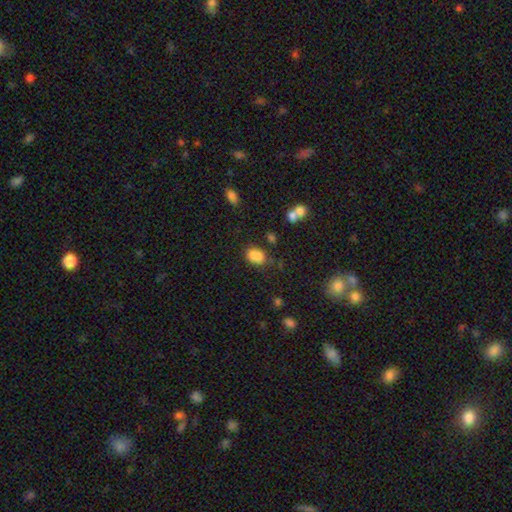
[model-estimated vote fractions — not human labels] Smooth or featured?
  - smooth: 76% *
  - featured or disk: 12%
  - star or artifact: 12%
How rounded?
  - in between: 60% *
  - round: 38%
  - cigar-shaped: 1%
Merging?
  - none: 42% *
  - merger: 36%
  - minor disturbance: 16%
  - major disturbance: 6%